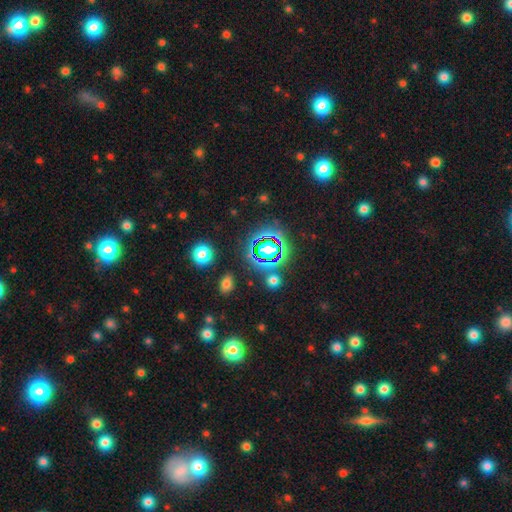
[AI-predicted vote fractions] A star or artifact, not a galaxy (65%).